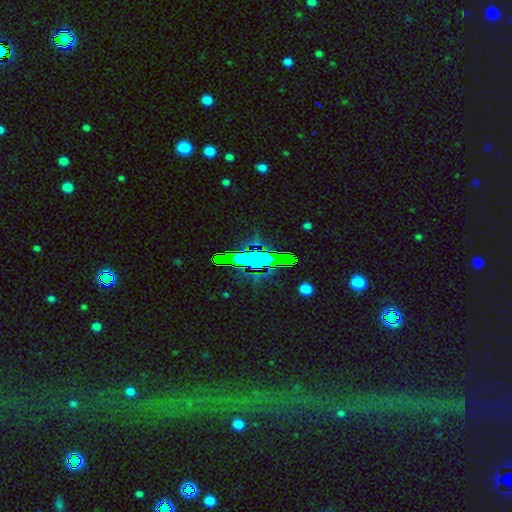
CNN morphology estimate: The model was most divided on "smooth or featured": star or artifact: 64%, smooth: 20%, featured or disk: 16%.